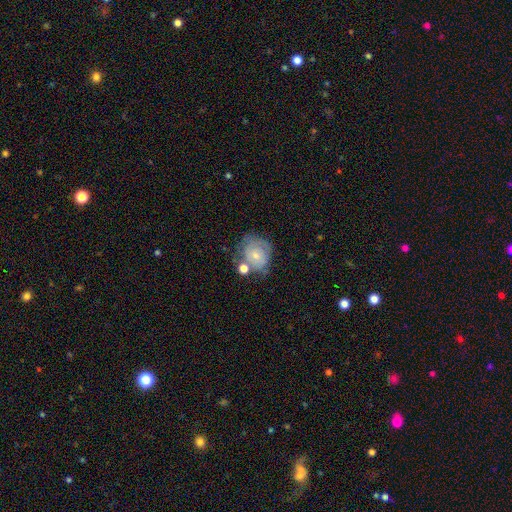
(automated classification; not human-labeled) Smooth or featured: smooth — 48% (featured or disk — 44%)
Merging: none — 45% (minor disturbance — 24%)